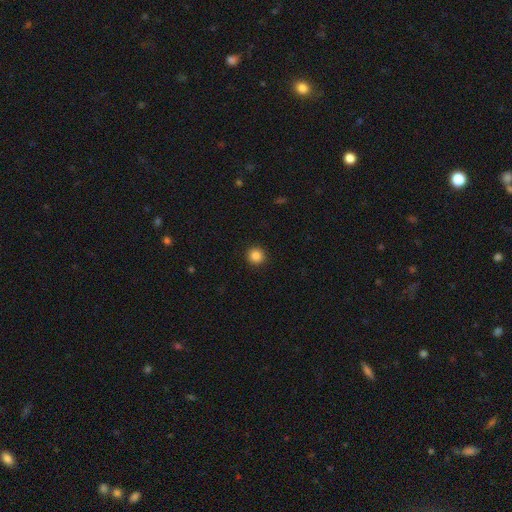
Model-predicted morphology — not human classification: Overall: smooth (86%). How rounded: round (96%). Merging: none (93%).